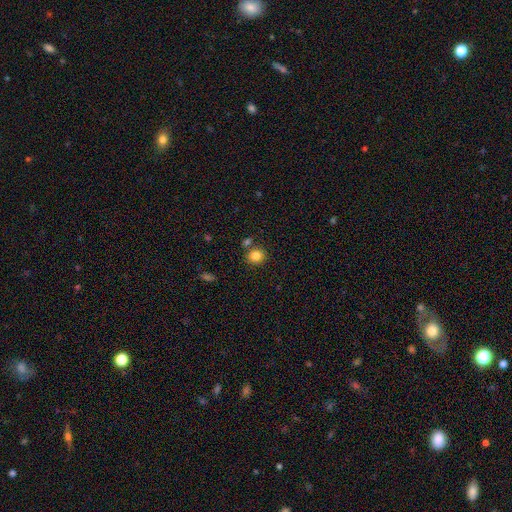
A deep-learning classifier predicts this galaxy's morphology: type=smooth (84%); roundness=round (81%); merging=none (78%).